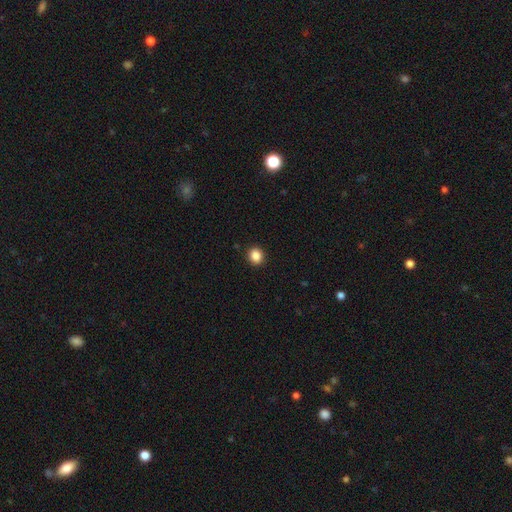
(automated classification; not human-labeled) A smooth galaxy with no disk features (87%) that is round (77%). Merging: none (92%).